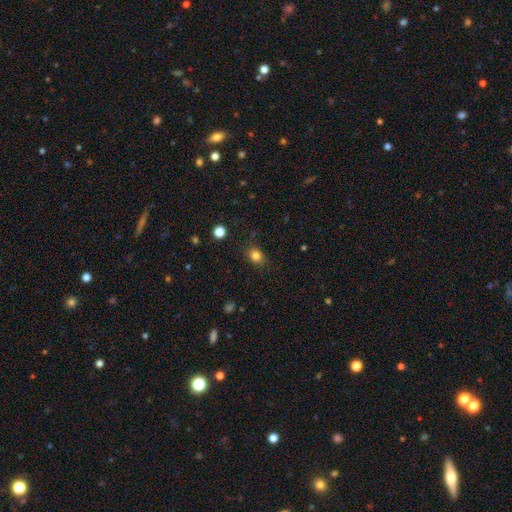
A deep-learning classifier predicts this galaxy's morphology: A smooth galaxy with no disk features (82%) that is round (50%). Merging: none (83%).